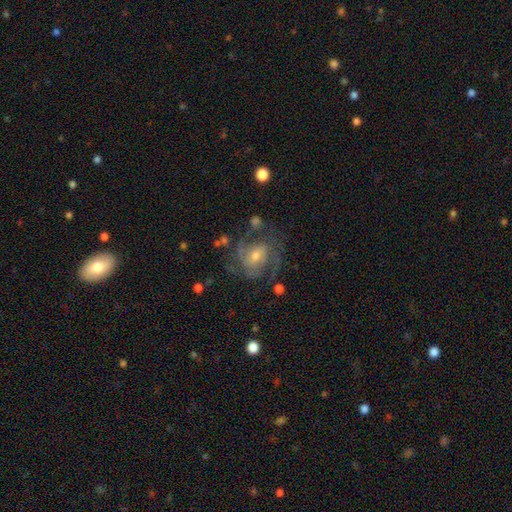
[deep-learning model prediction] This appears to be a featured or disk galaxy (83%) with no bar (45%), 2 (36%) medium (45%) spiral arms (93%) and a small central bulge (49%). Merging: none (65%).